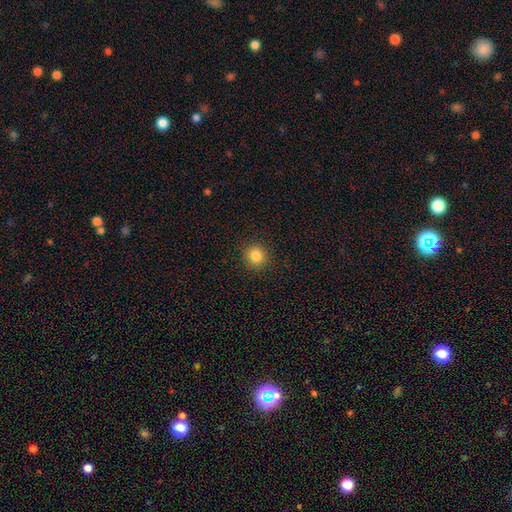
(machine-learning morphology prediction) The model was most divided on "smooth or featured": smooth: 84%, star or artifact: 11%, featured or disk: 5%. More confident: how rounded — round (92%); merging — none (91%).